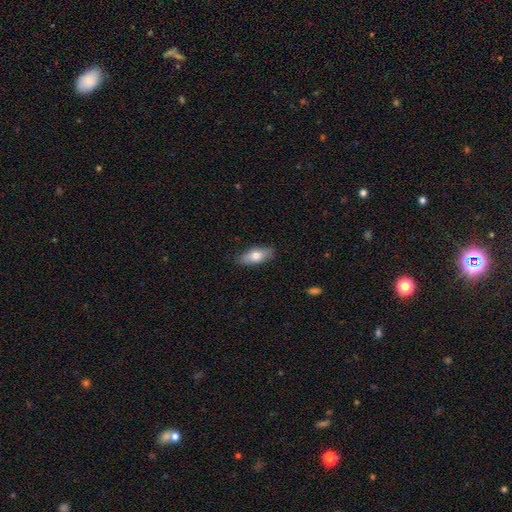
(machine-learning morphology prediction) smooth_or_featured: smooth (p=0.76) [alt: featured or disk p=0.18]
how_rounded: in between (p=0.80) [alt: cigar-shaped p=0.18]
merging: none (p=0.86) [alt: minor disturbance p=0.11]